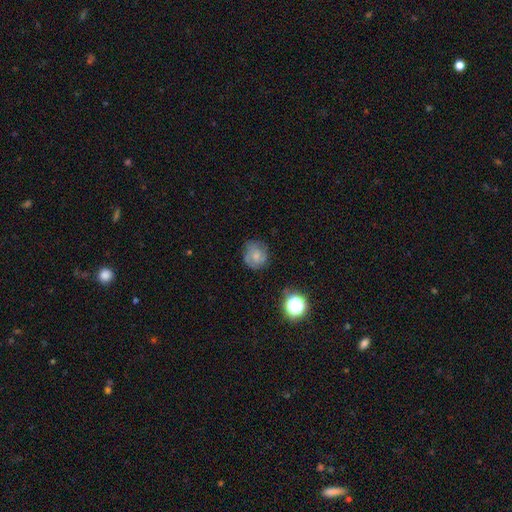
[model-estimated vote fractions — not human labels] This appears to be a featured or disk galaxy (45%). Merging: none (70%).